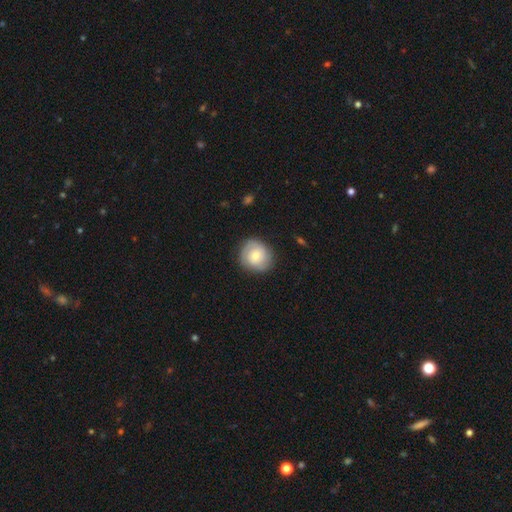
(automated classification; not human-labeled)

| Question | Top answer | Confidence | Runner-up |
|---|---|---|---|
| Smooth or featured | featured or disk | 49% | smooth (44%) |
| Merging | none | 82% | minor disturbance (13%) |